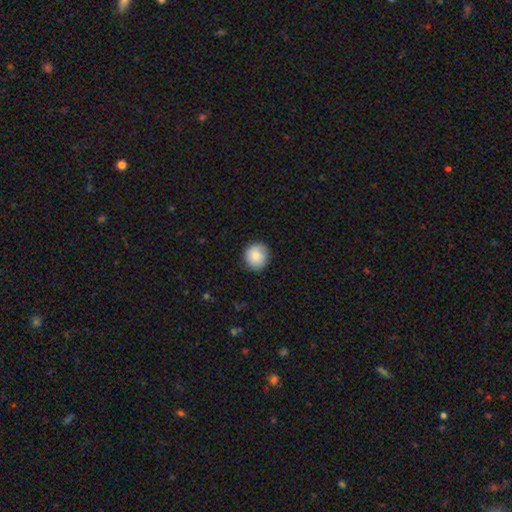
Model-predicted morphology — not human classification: A smooth galaxy with no disk features (83%) that is round (90%).

Vote fractions:
- Smooth or featured? smooth: 83% / featured or disk: 9% / star or artifact: 7%
- How rounded? round: 90% / in between: 9% / cigar-shaped: 1%
- Merging? none: 87% / minor disturbance: 10% / major disturbance: 2% / merger: 1%